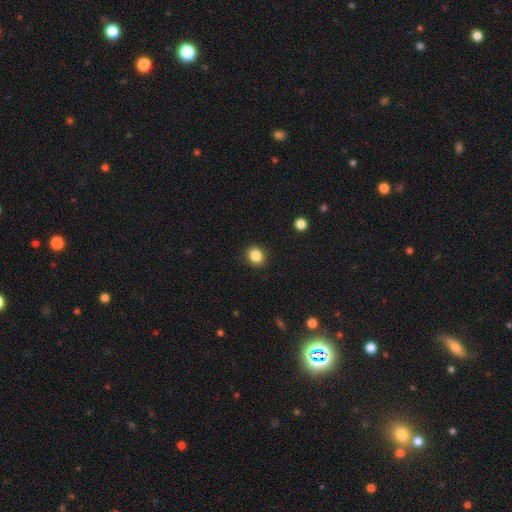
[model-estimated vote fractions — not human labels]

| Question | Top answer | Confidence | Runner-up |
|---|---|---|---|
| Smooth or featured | smooth | 85% | star or artifact (10%) |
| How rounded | round | 71% | in between (28%) |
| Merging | none | 91% | minor disturbance (6%) |